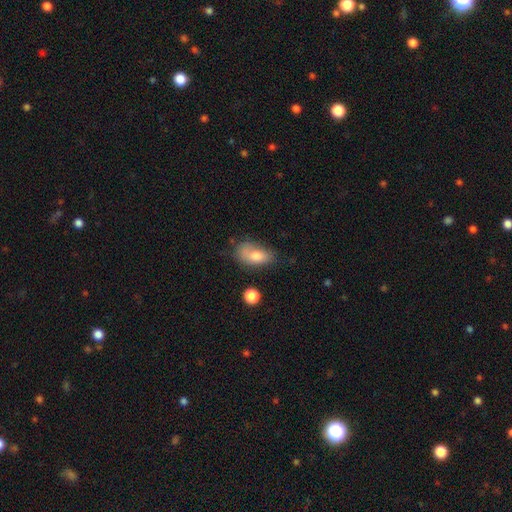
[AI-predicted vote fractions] Smooth or featured? Predicted: smooth (p=0.74). How rounded? Predicted: in between (p=0.88). Merging? Predicted: none (p=0.45).